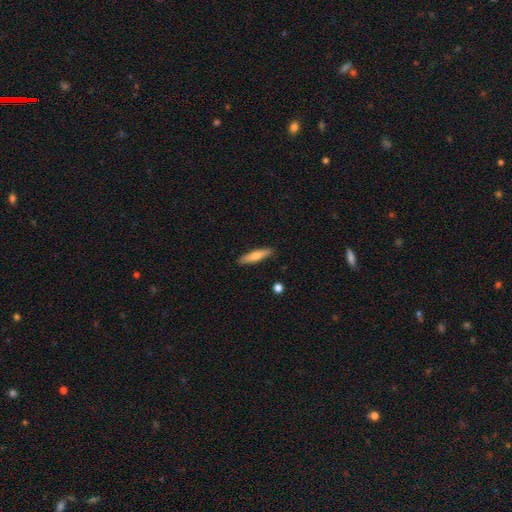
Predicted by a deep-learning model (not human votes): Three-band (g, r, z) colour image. It shows a smooth galaxy with no disk features (68%) that is cigar-shaped (79%). Merging: none (88%).